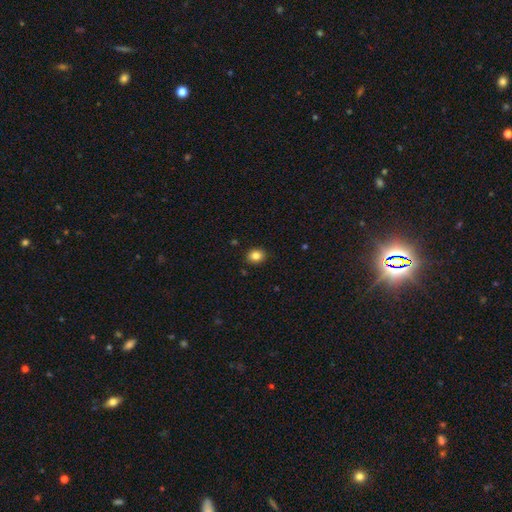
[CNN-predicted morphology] Smooth or featured?
  - smooth: 85% *
  - star or artifact: 10%
  - featured or disk: 5%
How rounded?
  - round: 60% *
  - in between: 39%
  - cigar-shaped: 1%
Merging?
  - none: 89% *
  - minor disturbance: 8%
  - major disturbance: 2%
  - merger: 1%